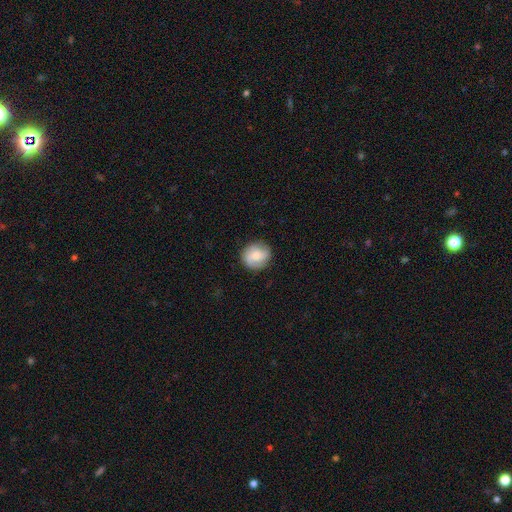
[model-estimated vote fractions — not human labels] Smooth or featured: smooth — 65% (featured or disk — 28%)
How rounded: round — 90% (in between — 9%)
Merging: none — 85% (minor disturbance — 11%)